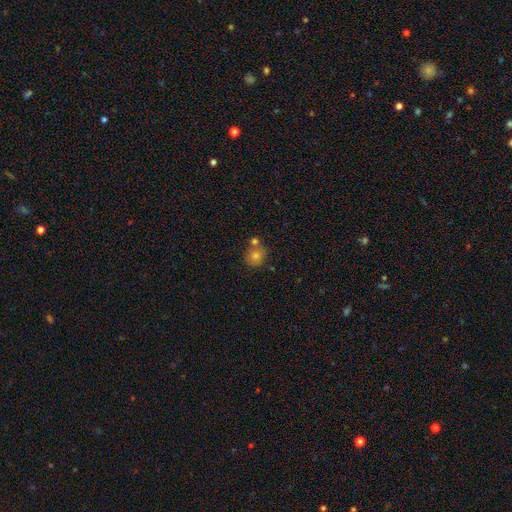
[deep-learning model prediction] Overall: smooth (69%). How rounded: round (83%). Merging: none (66%).